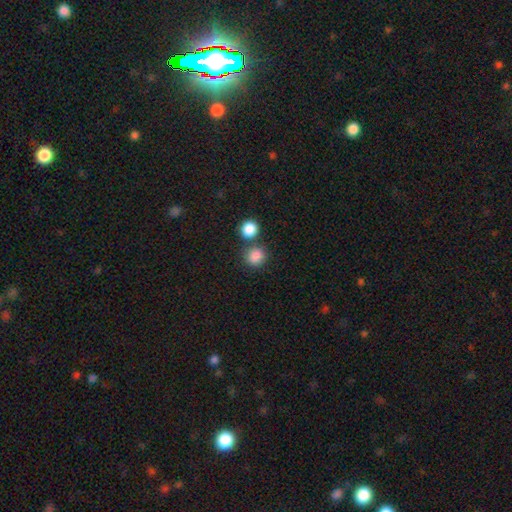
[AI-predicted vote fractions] smooth-or-featured: smooth: 86% | star or artifact: 10% | featured or disk: 4%
  how-rounded: round: 81% | in between: 18% | cigar-shaped: 1%
  merging: none: 65% | merger: 21% | minor disturbance: 10% | major disturbance: 3%